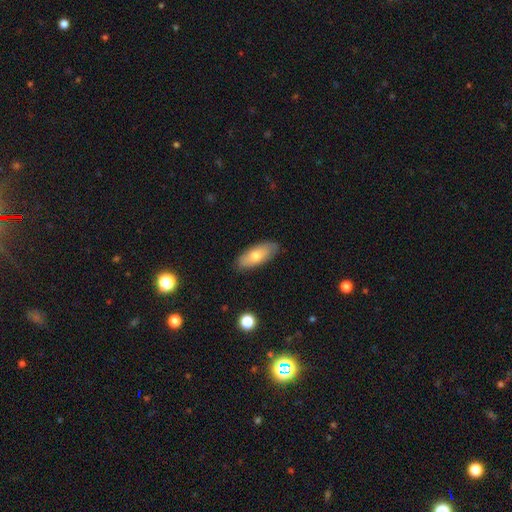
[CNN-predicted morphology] Overall: smooth (68%). How rounded: in between (81%). Merging: none (84%).